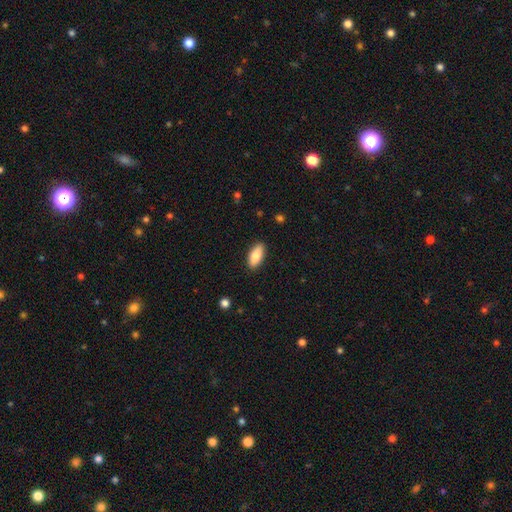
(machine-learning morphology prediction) smooth_or_featured: smooth (p=0.82) [alt: featured or disk p=0.12]
how_rounded: in between (p=0.87) [alt: cigar-shaped p=0.11]
merging: none (p=0.90) [alt: minor disturbance p=0.08]